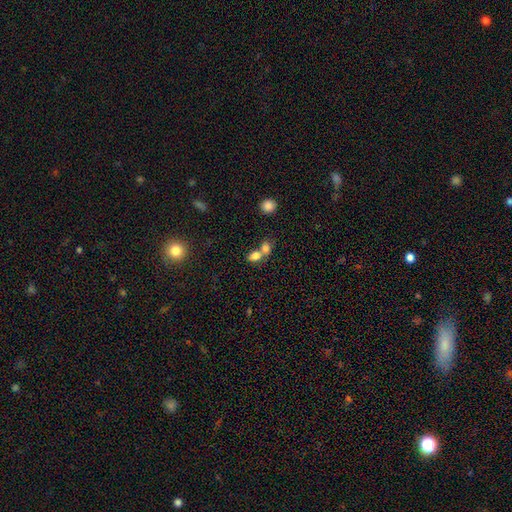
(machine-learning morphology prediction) type=smooth (78%); roundness=in between (67%); merging=merger (63%).